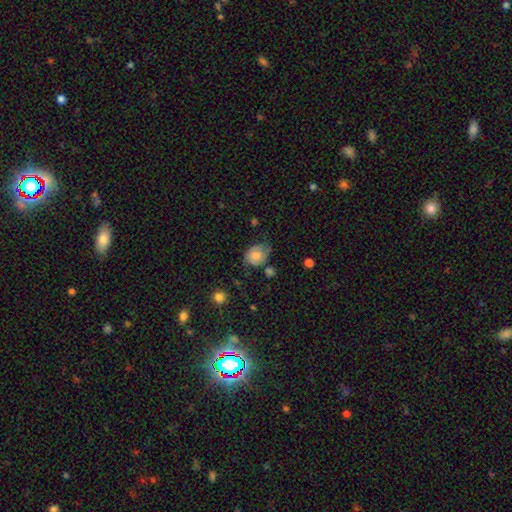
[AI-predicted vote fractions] smooth 60%, featured or disk 32%, star or artifact 9%. Down the decision tree: how rounded — in between (54%); merging — none (50%).